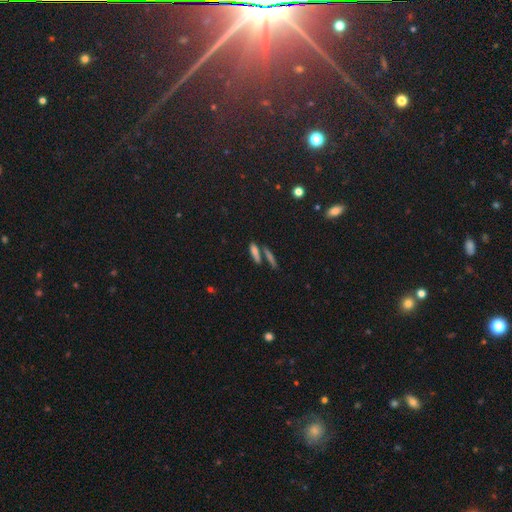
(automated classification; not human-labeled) Smooth or featured?
  - smooth: 38% *
  - star or artifact: 36%
  - featured or disk: 26%
Merging?
  - none: 63% *
  - merger: 19%
  - minor disturbance: 11%
  - major disturbance: 7%